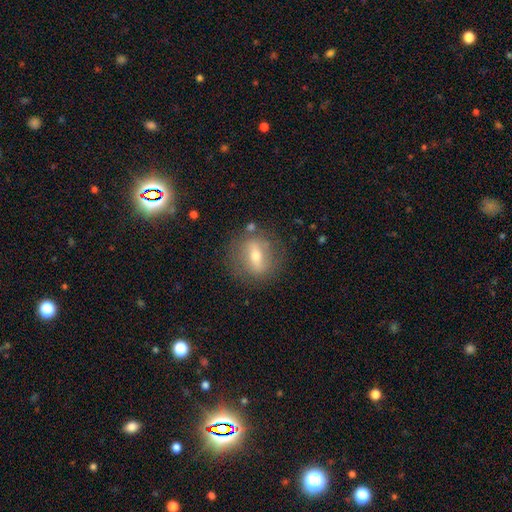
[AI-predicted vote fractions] This is possibly a featured or disk galaxy (49%). Merging: clearly none (80%).